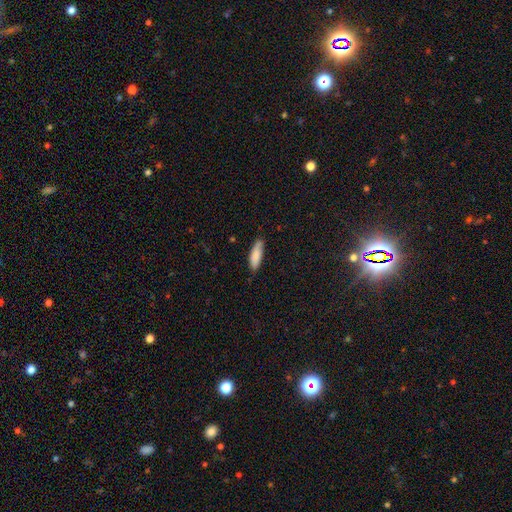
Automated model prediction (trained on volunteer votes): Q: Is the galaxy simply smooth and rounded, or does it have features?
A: smooth — 85%.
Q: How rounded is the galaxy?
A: in between — 49%, tied with cigar-shaped.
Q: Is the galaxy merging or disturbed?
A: none — 75%.